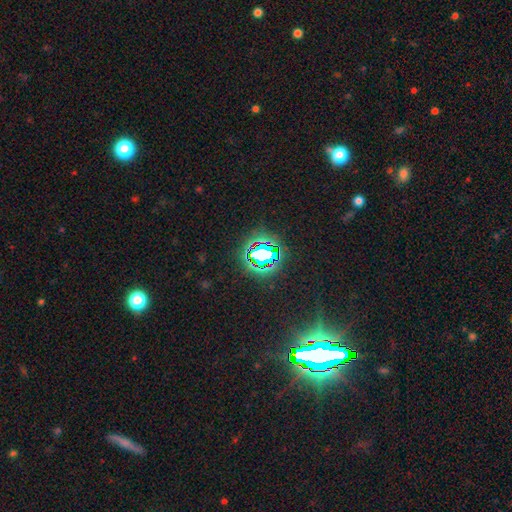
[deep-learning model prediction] A star or artifact, not a galaxy (81%).